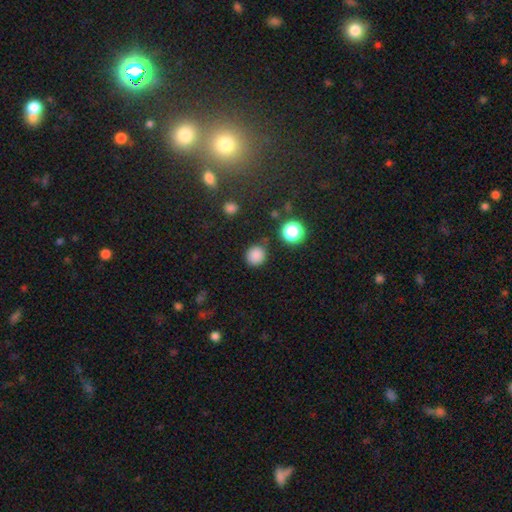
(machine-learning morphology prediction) Smooth or featured: smooth — 83% (star or artifact — 13%)
How rounded: round — 90% (in between — 9%)
Merging: none — 83% (minor disturbance — 10%)